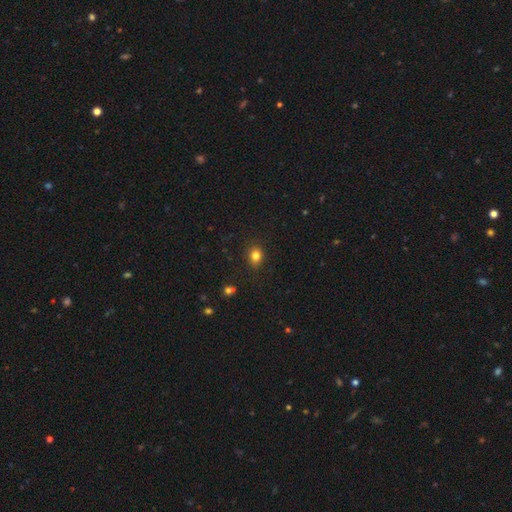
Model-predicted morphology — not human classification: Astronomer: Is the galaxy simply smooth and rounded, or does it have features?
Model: smooth — 82%.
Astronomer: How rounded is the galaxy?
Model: round — 54% (runner-up: in between, 45%).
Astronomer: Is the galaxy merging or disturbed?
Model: none — 87%.